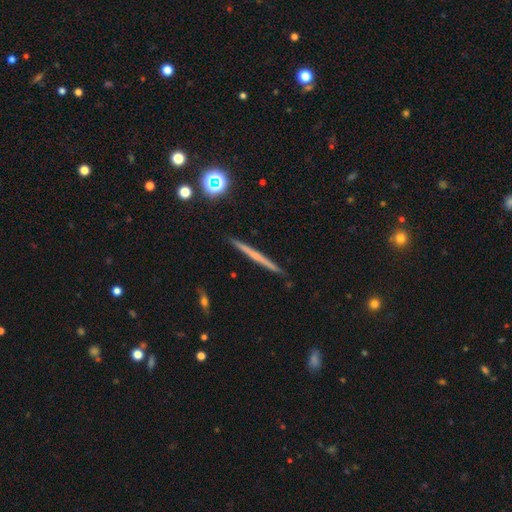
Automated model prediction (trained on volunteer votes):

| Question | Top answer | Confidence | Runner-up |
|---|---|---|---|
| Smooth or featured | featured or disk | 56% | smooth (35%) |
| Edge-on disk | yes | 98% | no (2%) |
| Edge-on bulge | none | 80% | rounded (16%) |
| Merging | none | 92% | minor disturbance (6%) |